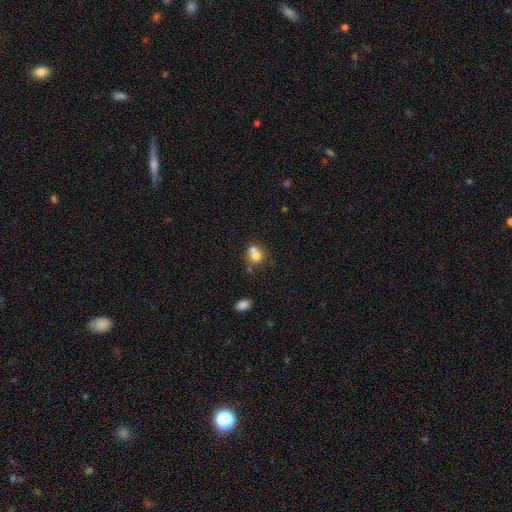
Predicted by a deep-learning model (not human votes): smooth-or-featured: smooth: 71% | featured or disk: 18% | star or artifact: 11%
  how-rounded: round: 68% | in between: 30% | cigar-shaped: 1%
  merging: merger: 56% | none: 32% | minor disturbance: 8% | major disturbance: 4%